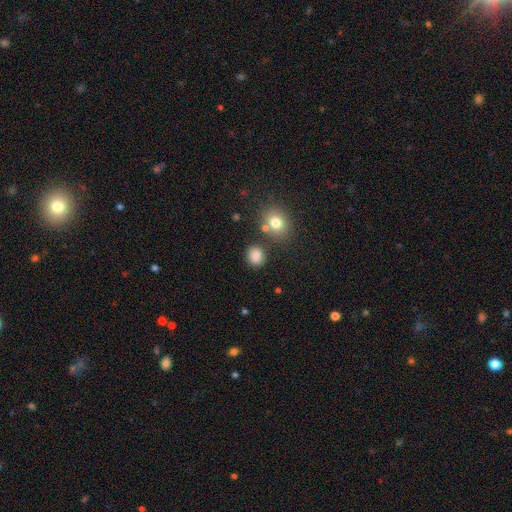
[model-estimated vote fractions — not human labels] A smooth galaxy with no disk features (84%) that is round (69%).

Vote fractions:
- Smooth or featured? smooth: 84% / star or artifact: 11% / featured or disk: 4%
- How rounded? round: 69% / in between: 30% / cigar-shaped: 1%
- Merging? none: 81% / minor disturbance: 10% / merger: 6% / major disturbance: 4%